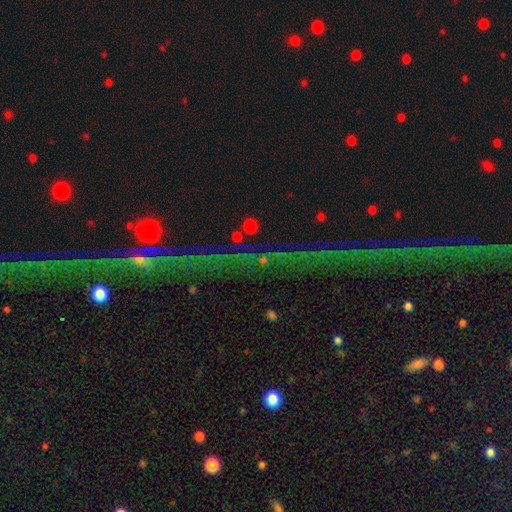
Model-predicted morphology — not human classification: smooth_or_featured: star or artifact (p=0.80) [alt: featured or disk p=0.12]